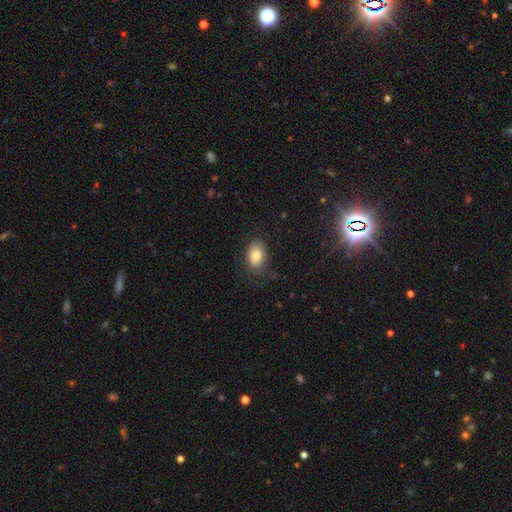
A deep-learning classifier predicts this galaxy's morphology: Smooth or featured?
  - smooth: 82% *
  - featured or disk: 10%
  - star or artifact: 8%
How rounded?
  - in between: 83% *
  - round: 16%
  - cigar-shaped: 1%
Merging?
  - none: 74% *
  - minor disturbance: 18%
  - major disturbance: 7%
  - merger: 1%